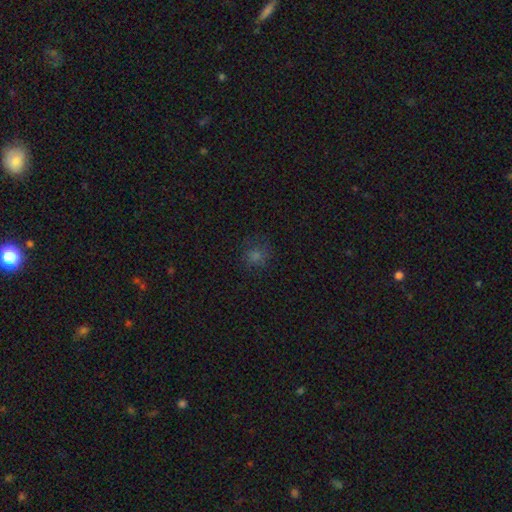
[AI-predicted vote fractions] Overall: smooth (62%; star or artifact 28%). How rounded: round (83%). Merging: none (78%).